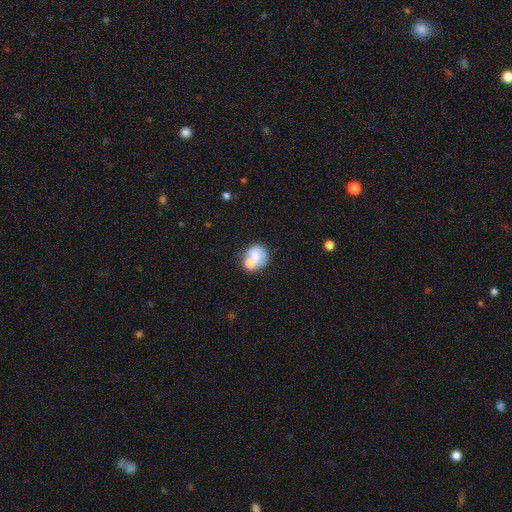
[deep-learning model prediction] This is likely a smooth galaxy (64%). How rounded: likely round (67%). Merging: marginally none (37%).